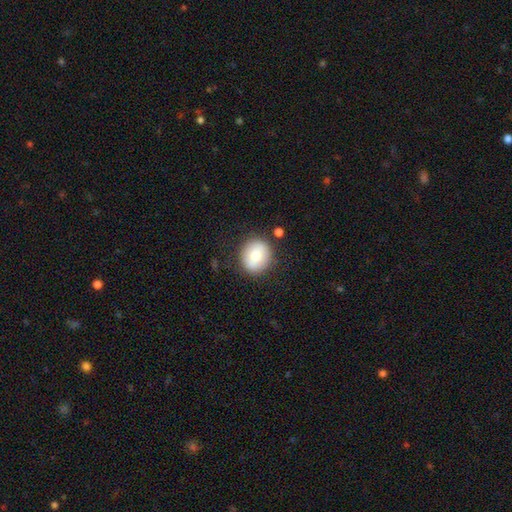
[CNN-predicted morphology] This appears to be a smooth galaxy with no disk features (79%) that is round (78%). Merging: none (83%).